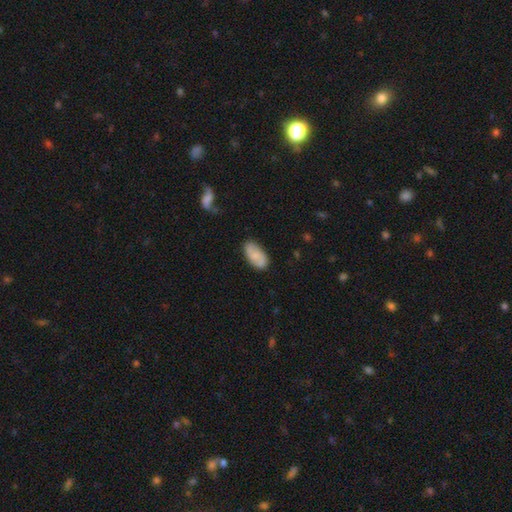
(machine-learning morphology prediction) Q: Smooth or featured?
A: smooth (61%); runner-up: featured or disk (33%)
Q: How rounded?
A: in between (93%); runner-up: cigar-shaped (4%)
Q: Merging?
A: none (79%); runner-up: minor disturbance (16%)